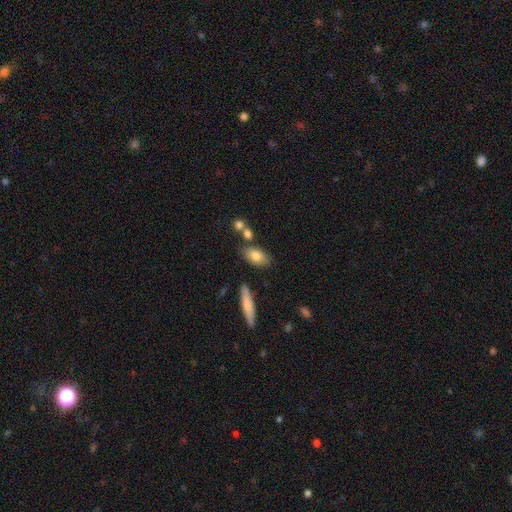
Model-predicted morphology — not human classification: Smooth or featured? Predicted: smooth (p=0.78). How rounded? Predicted: in between (p=0.85). Merging? Predicted: none (p=0.70).